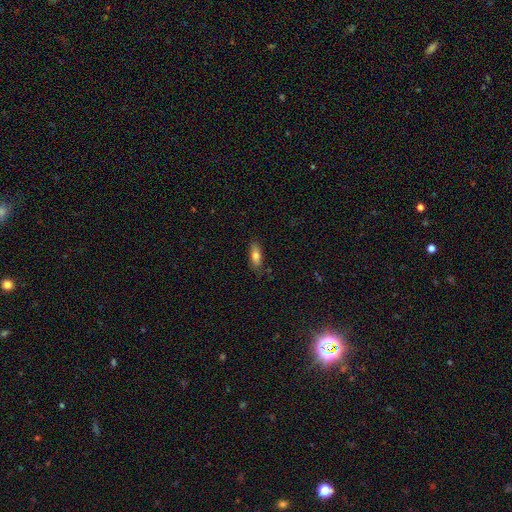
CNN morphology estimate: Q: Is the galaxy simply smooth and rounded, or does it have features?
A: smooth — 79%.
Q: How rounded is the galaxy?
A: in between — 72%.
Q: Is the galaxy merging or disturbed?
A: none — 80%.